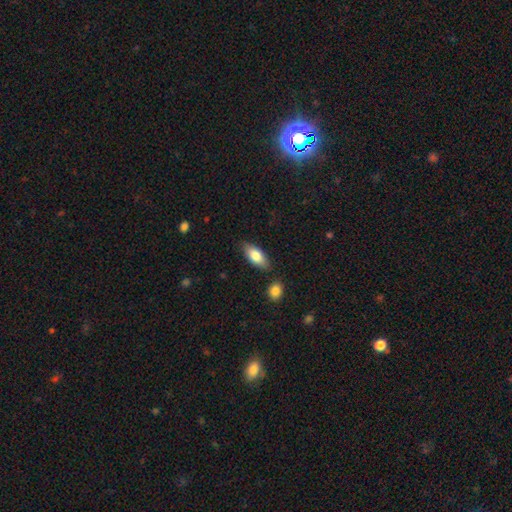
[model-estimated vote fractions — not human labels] Smooth or featured: smooth — 79% (featured or disk — 15%)
How rounded: in between — 84% (cigar-shaped — 13%)
Merging: none — 80% (minor disturbance — 13%)